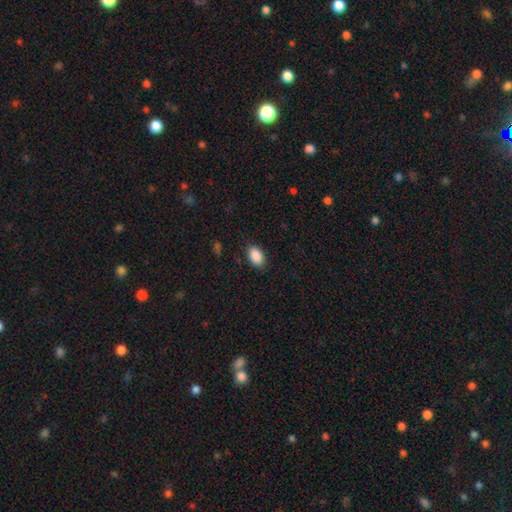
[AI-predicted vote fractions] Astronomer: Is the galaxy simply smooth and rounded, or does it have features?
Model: smooth — 89%.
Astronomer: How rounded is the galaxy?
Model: in between — 91%.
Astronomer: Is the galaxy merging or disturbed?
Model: none — 86%.